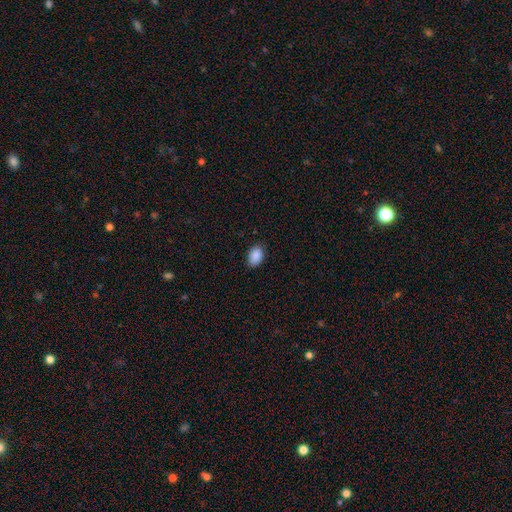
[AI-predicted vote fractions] smooth_or_featured: smooth (p=0.90) [alt: star or artifact p=0.07]
how_rounded: in between (p=0.88) [alt: round p=0.11]
merging: none (p=0.85) [alt: minor disturbance p=0.12]